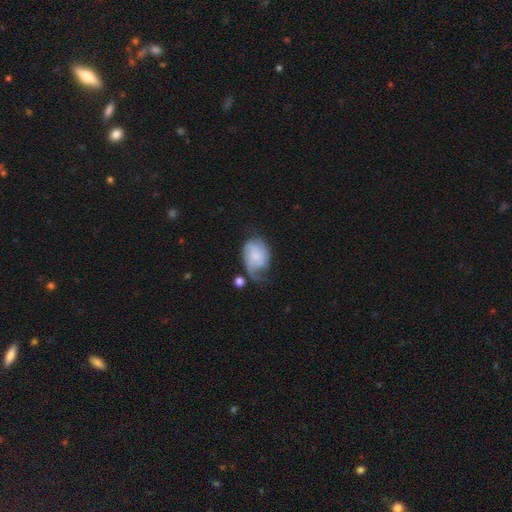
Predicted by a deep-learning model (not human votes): Smooth or featured: featured or disk — 51% (smooth — 41%)
Edge-on disk: no — 97% (yes — 3%)
Merging: none — 32% (major disturbance — 31%)